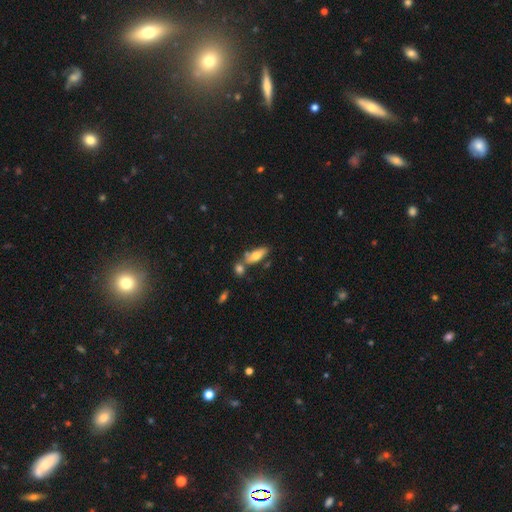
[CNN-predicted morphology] type=smooth (70%); roundness=in between (71%); merging=none (57%).